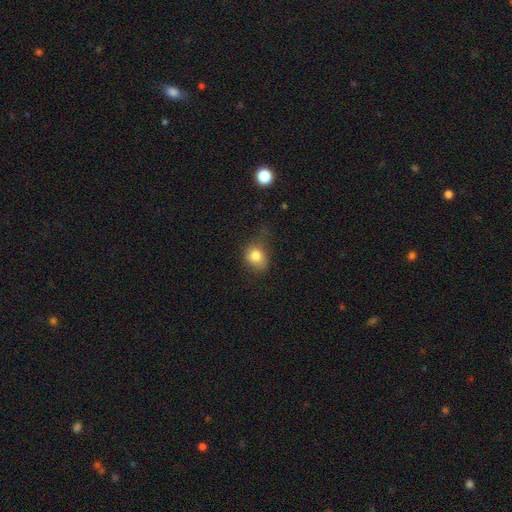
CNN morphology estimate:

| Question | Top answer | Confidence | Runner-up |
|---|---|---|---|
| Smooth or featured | smooth | 79% | star or artifact (11%) |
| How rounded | round | 60% | in between (39%) |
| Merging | none | 50% | minor disturbance (33%) |